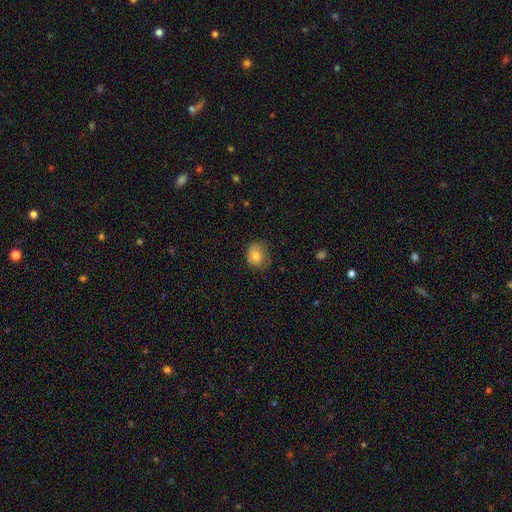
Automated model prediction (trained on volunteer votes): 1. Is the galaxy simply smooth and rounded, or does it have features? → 78% smooth, 12% featured or disk, 10% star or artifact.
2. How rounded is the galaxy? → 66% round, 34% in between, 1% cigar-shaped.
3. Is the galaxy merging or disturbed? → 69% none, 24% minor disturbance, 6% major disturbance, 1% merger.